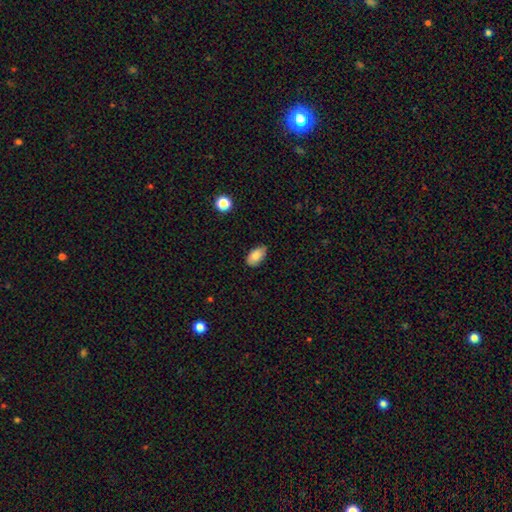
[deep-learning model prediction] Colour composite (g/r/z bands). It shows a smooth galaxy with no disk features (85%) that is in between round and cigar-shaped (93%). Merging: none (75%).